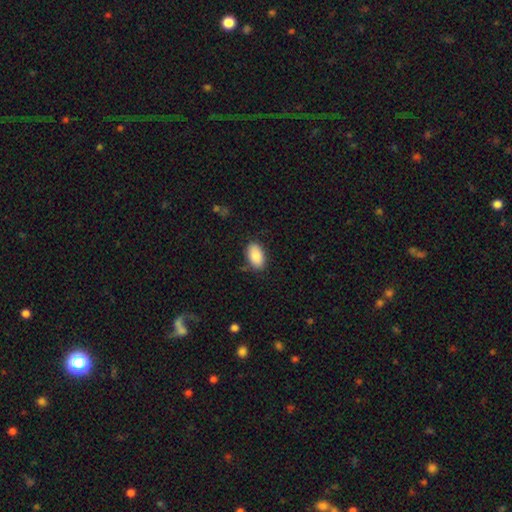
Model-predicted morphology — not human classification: This is clearly a smooth galaxy (89%). How rounded: clearly in between (93%). Merging: clearly none (82%).